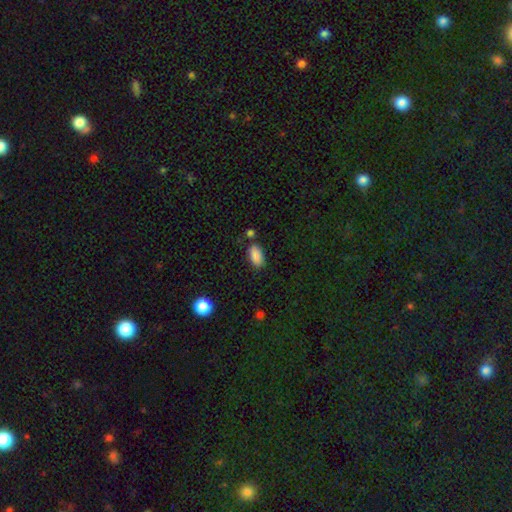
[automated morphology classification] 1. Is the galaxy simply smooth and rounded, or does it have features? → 88% smooth, 8% star or artifact, 4% featured or disk.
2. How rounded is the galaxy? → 92% in between, 5% cigar-shaped, 3% round.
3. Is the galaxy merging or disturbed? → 77% none, 13% minor disturbance, 7% merger, 3% major disturbance.